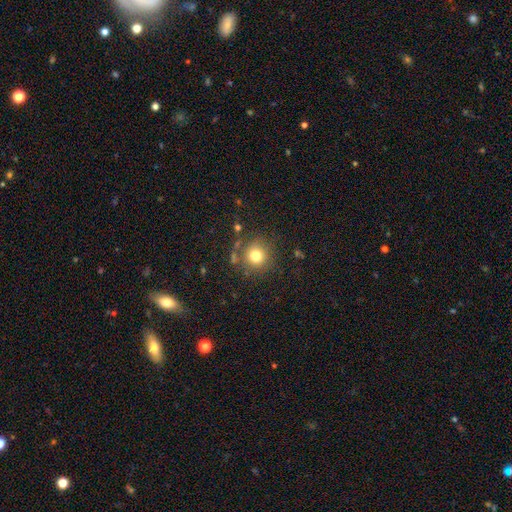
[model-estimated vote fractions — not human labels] The model was most divided on "smooth or featured": smooth: 76%, star or artifact: 14%, featured or disk: 9%. More confident: how rounded — round (92%); merging — none (79%).